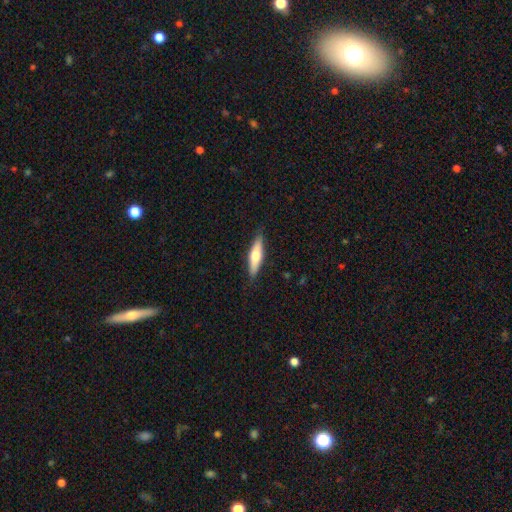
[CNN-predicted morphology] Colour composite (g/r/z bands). It shows a smooth galaxy with no disk features (54%) that is cigar-shaped (70%). Merging: none (87%).